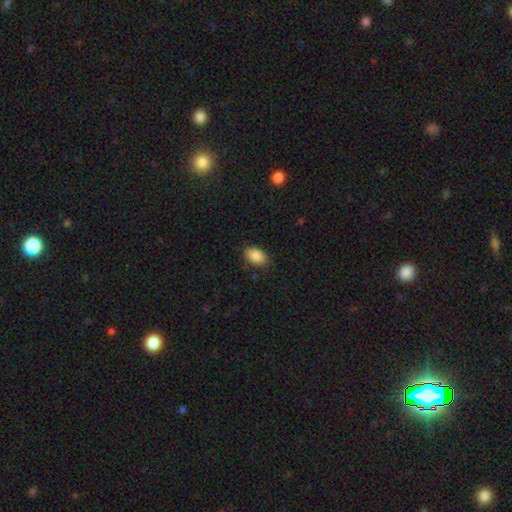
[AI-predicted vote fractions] Q: Smooth or featured?
A: smooth (88%); runner-up: star or artifact (8%)
Q: How rounded?
A: in between (88%); runner-up: round (11%)
Q: Merging?
A: none (85%); runner-up: minor disturbance (12%)